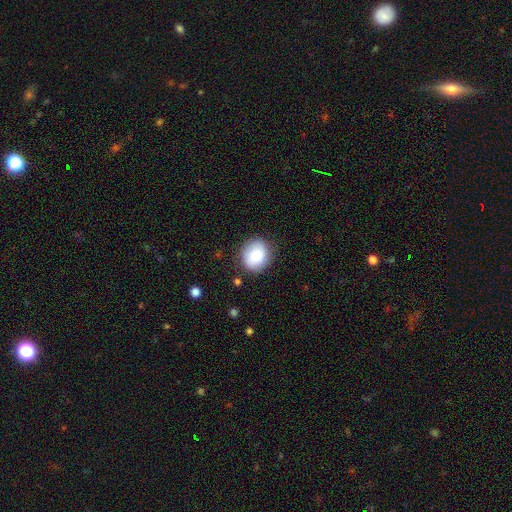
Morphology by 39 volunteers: This appears to be a smooth galaxy with no disk features (90%) that is round (91%). Merging: none (89%).